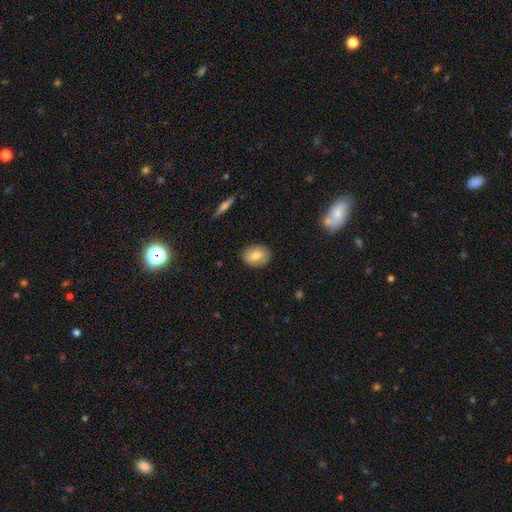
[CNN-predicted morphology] A smooth galaxy with no disk features (77%) that is in between round and cigar-shaped (60%).

Vote fractions:
- Smooth or featured? smooth: 77% / featured or disk: 16% / star or artifact: 7%
- How rounded? in between: 60% / round: 38% / cigar-shaped: 1%
- Merging? none: 87% / minor disturbance: 10% / major disturbance: 2% / merger: 1%